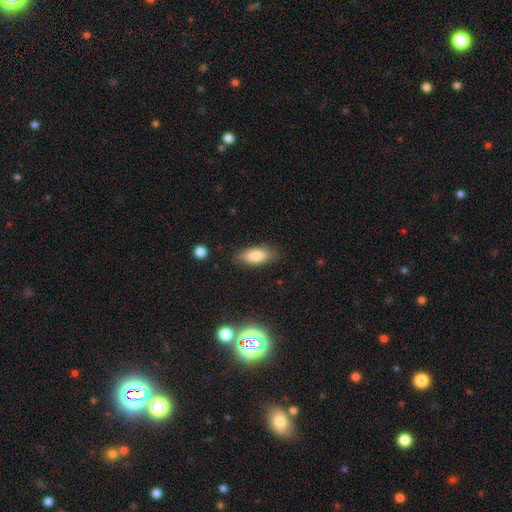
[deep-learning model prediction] smooth_or_featured: smooth (p=0.80) [alt: featured or disk p=0.12]
how_rounded: in between (p=0.81) [alt: cigar-shaped p=0.16]
merging: none (p=0.83) [alt: minor disturbance p=0.13]